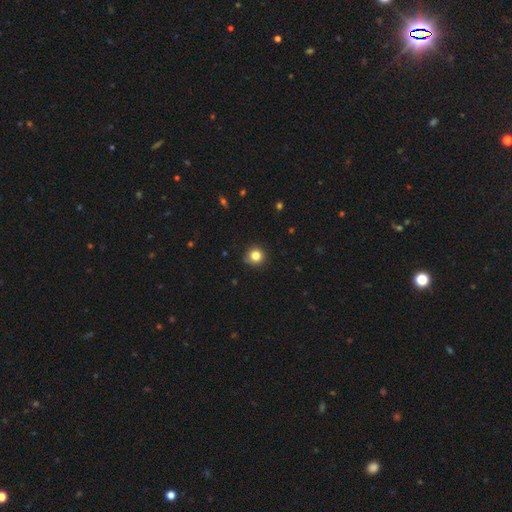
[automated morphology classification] Smooth or featured?
  - smooth: 82% *
  - star or artifact: 12%
  - featured or disk: 6%
How rounded?
  - round: 93% *
  - in between: 6%
  - cigar-shaped: 1%
Merging?
  - none: 84% *
  - minor disturbance: 12%
  - major disturbance: 2%
  - merger: 1%